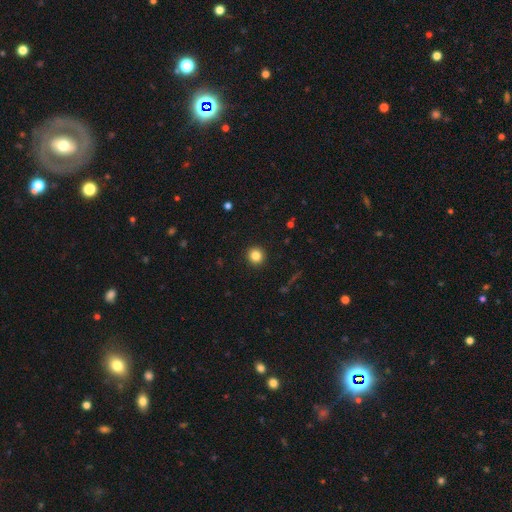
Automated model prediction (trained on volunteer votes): This is clearly a smooth galaxy (84%). How rounded: clearly round (94%). Merging: clearly none (93%).